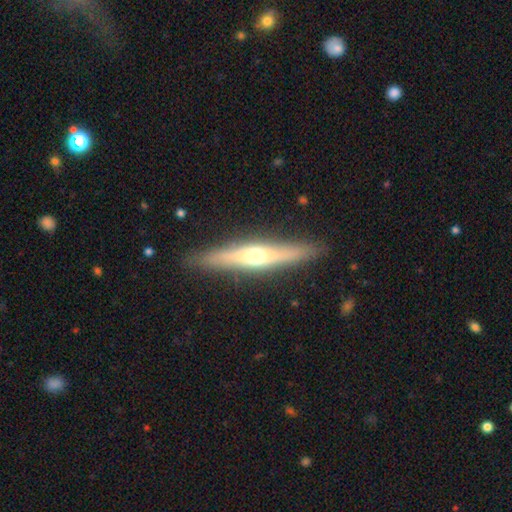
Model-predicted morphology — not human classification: A featured or disk galaxy (63%) viewed edge-on (92%) with a rounded central bulge (90%).

Vote fractions:
- Smooth or featured? featured or disk: 63% / smooth: 31% / star or artifact: 6%
- Edge-on disk? yes: 92% / no: 8%
- Edge-on bulge? rounded: 90% / none: 7% / boxy: 4%
- Merging? none: 88% / minor disturbance: 9% / major disturbance: 2% / merger: 1%